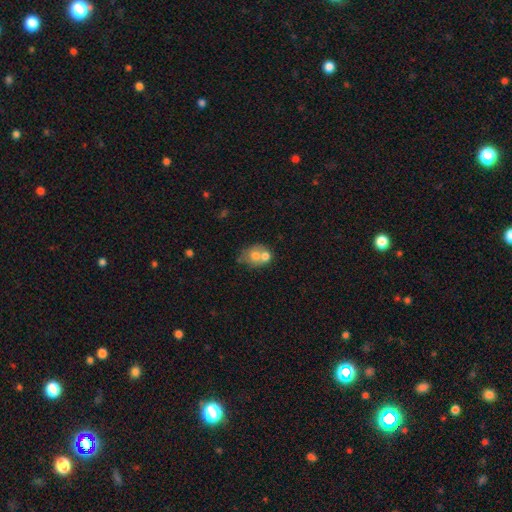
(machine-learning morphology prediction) A smooth galaxy with no disk features (63%) that is round (51%).

Vote fractions:
- Smooth or featured? smooth: 63% / featured or disk: 28% / star or artifact: 9%
- How rounded? round: 51% / in between: 48% / cigar-shaped: 1%
- Merging? merger: 56% / none: 29% / minor disturbance: 10% / major disturbance: 5%